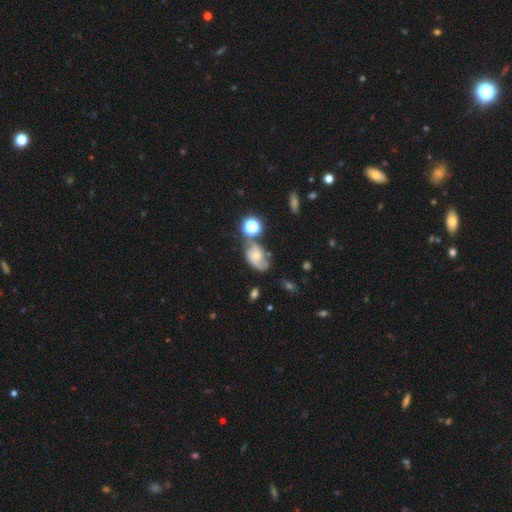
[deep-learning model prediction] A featured or disk galaxy (61%) with no bar (65%), 2 (74%) medium (47%) spiral arms (88%) and a moderate central bulge (45%). Merging: none (49%).